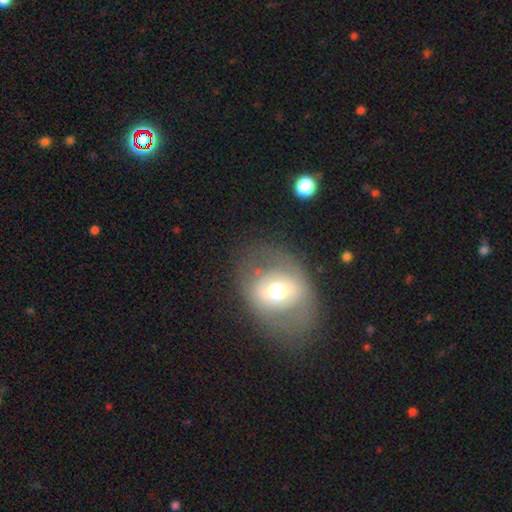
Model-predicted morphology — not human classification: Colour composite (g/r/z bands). It shows a featured or disk galaxy (49%). Merging: none (69%).